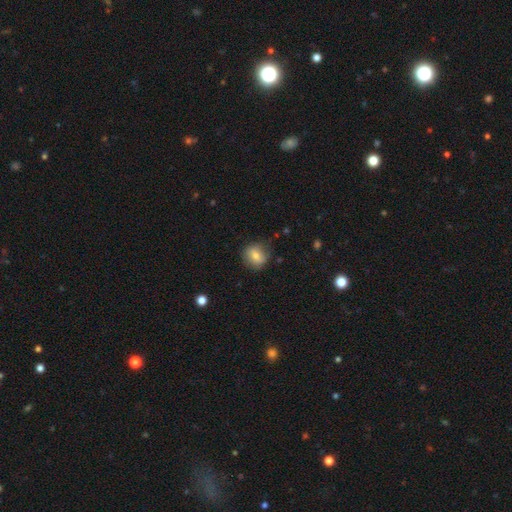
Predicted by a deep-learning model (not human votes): Smooth or featured? smooth (73%)
How rounded? round (71%)
Merging? none (77%)